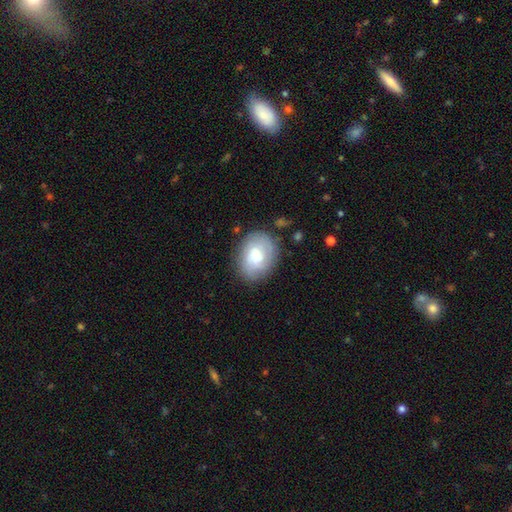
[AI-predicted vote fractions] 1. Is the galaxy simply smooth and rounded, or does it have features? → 52% featured or disk, 41% smooth, 8% star or artifact.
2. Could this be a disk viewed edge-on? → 97% no, 3% yes.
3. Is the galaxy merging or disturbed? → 75% none, 17% minor disturbance, 6% major disturbance, 2% merger.